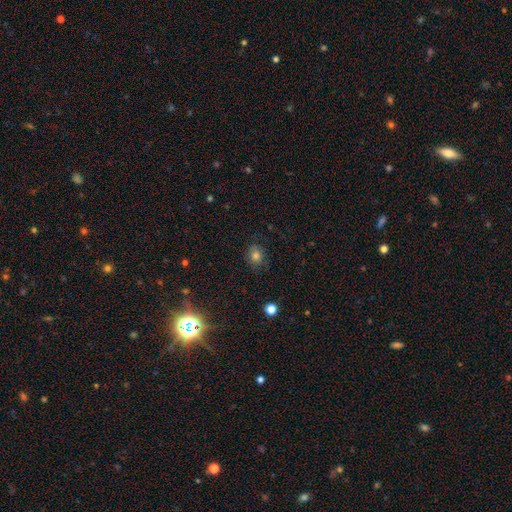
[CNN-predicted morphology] The model was most divided on "how rounded": round: 56%, in between: 43%, cigar-shaped: 1%. More confident: merging — none (79%); smooth or featured — smooth (75%).